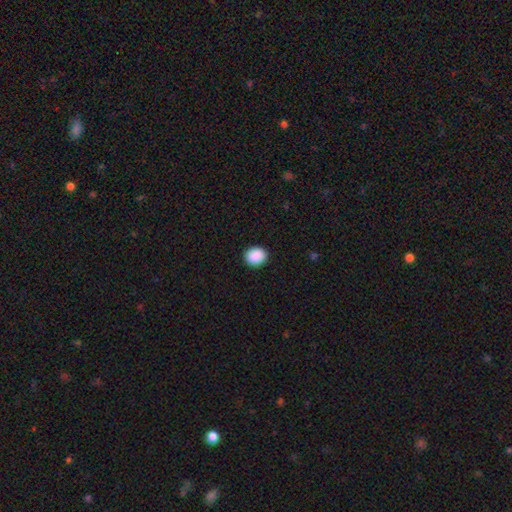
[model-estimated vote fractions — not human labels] smooth-or-featured: smooth: 90% | star or artifact: 8% | featured or disk: 2%
  how-rounded: round: 69% | in between: 30% | cigar-shaped: 1%
  merging: none: 91% | minor disturbance: 6% | major disturbance: 2% | merger: 1%